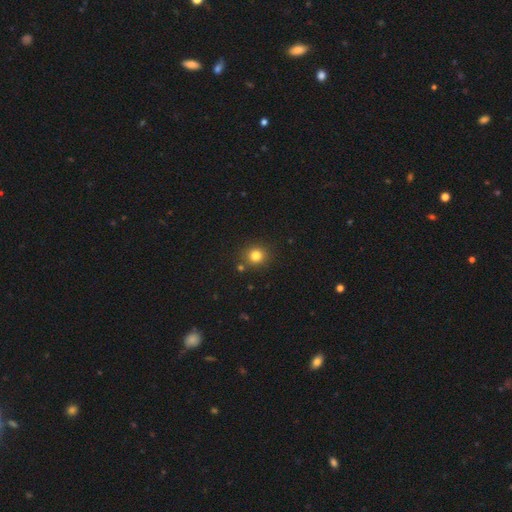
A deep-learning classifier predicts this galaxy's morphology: smooth 81%, star or artifact 13%, featured or disk 6%. Down the decision tree: how rounded — round (87%); merging — none (85%).